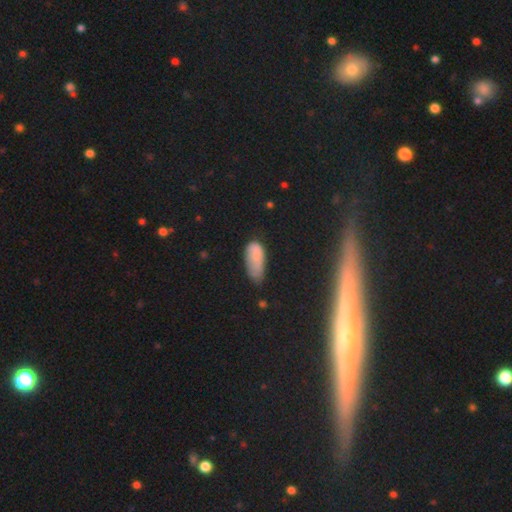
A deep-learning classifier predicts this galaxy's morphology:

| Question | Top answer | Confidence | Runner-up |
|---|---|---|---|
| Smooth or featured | smooth | 77% | star or artifact (12%) |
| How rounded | in between | 86% | cigar-shaped (11%) |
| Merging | minor disturbance | 44% | none (33%) |